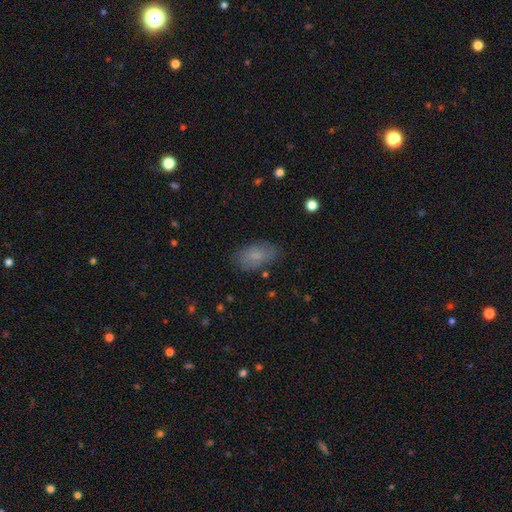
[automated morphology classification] smooth_or_featured: smooth (p=0.77) [alt: featured or disk p=0.14]
how_rounded: in between (p=0.92) [alt: round p=0.04]
merging: none (p=0.78) [alt: minor disturbance p=0.16]